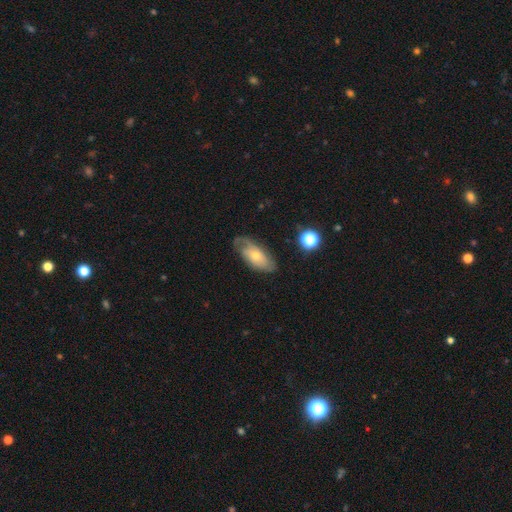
smooth_or_featured: featured or disk (p=0.65) [alt: smooth p=0.35]
disk_edge_on: no (p=0.75) [alt: yes p=0.25]
bar: no (p=0.83) [alt: weak p=0.17]
has_spiral_arms: yes (p=0.83) [alt: no p=0.17]
spiral_winding: medium (p=0.53) [alt: tight p=0.47]
spiral_arm_count: 2 (p=0.47) [alt: can't tell p=0.27]
bulge_size: small (p=0.78) [alt: moderate p=0.22]
merging: none (p=0.57) [alt: minor disturbance p=0.22]